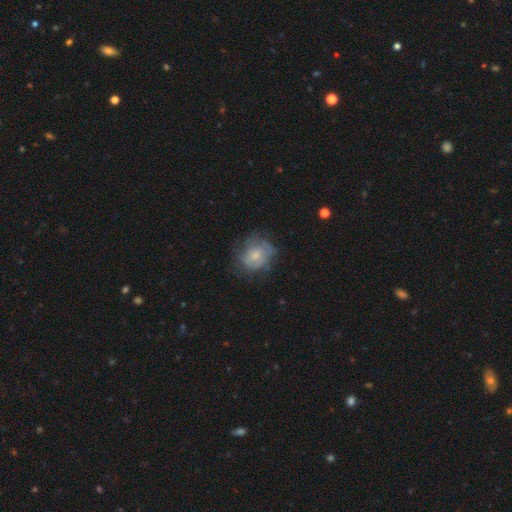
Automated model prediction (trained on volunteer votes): A smooth galaxy with no disk features (50%). Merging: none (56%).